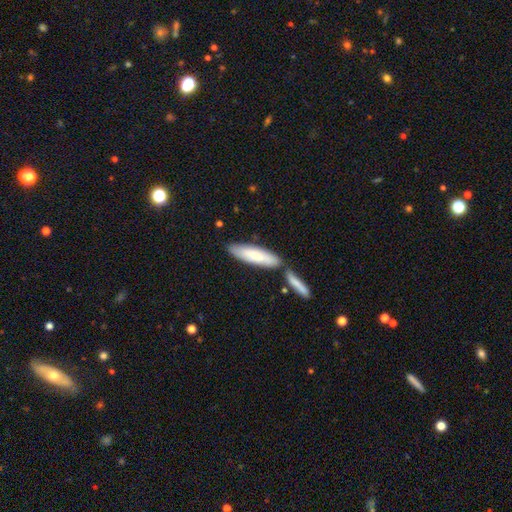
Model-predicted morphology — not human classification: Smooth or featured? Predicted: smooth (p=0.78). How rounded? Predicted: cigar-shaped (p=0.65). Merging? Predicted: none (p=0.62).